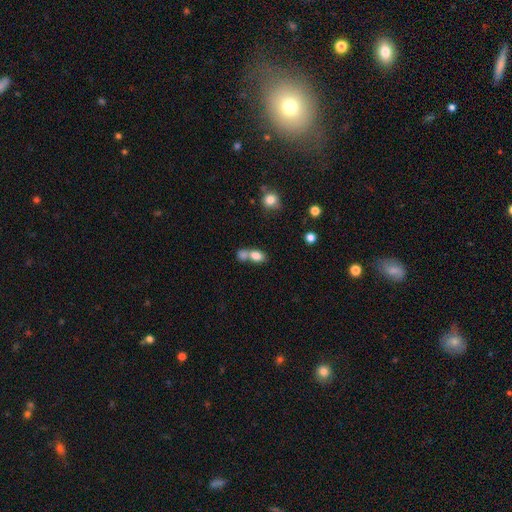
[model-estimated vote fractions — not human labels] Morphology: type=smooth (81%); roundness=in between (80%); merging=merger (59%).